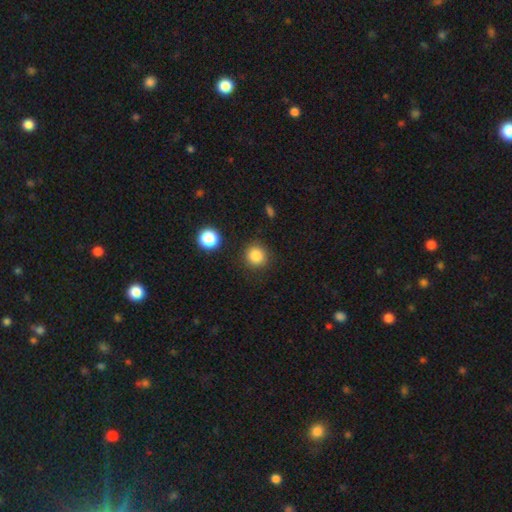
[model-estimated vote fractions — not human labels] The model was most divided on "smooth or featured": smooth: 84%, star or artifact: 11%, featured or disk: 4%. More confident: how rounded — round (92%); merging — none (88%).